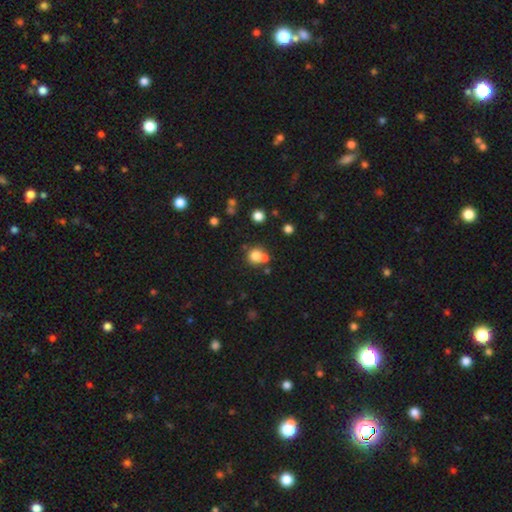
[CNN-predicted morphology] Smooth or featured? Predicted: smooth (p=0.75). How rounded? Predicted: round (p=0.87). Merging? Predicted: none (p=0.50).